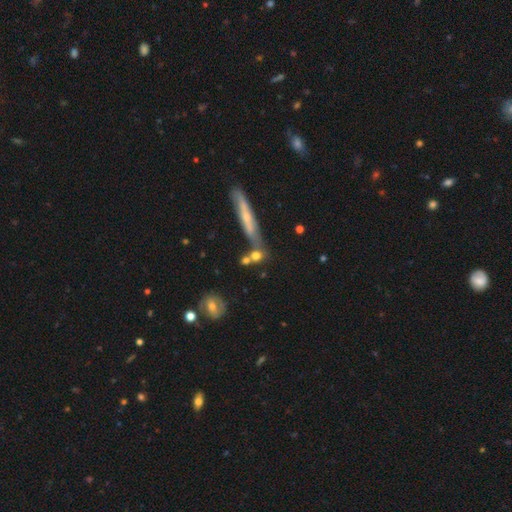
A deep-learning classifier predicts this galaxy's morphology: smooth-or-featured: smooth: 68% | featured or disk: 20% | star or artifact: 12%
  how-rounded: round: 51% | cigar-shaped: 25% | in between: 23%
  merging: none: 53% | merger: 29% | minor disturbance: 12% | major disturbance: 5%